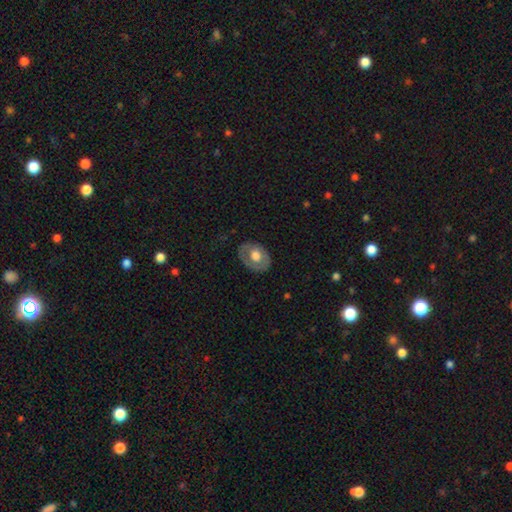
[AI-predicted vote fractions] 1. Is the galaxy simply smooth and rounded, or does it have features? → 50% smooth, 45% featured or disk, 6% star or artifact.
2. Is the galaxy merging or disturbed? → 77% none, 16% minor disturbance, 6% major disturbance, 1% merger.